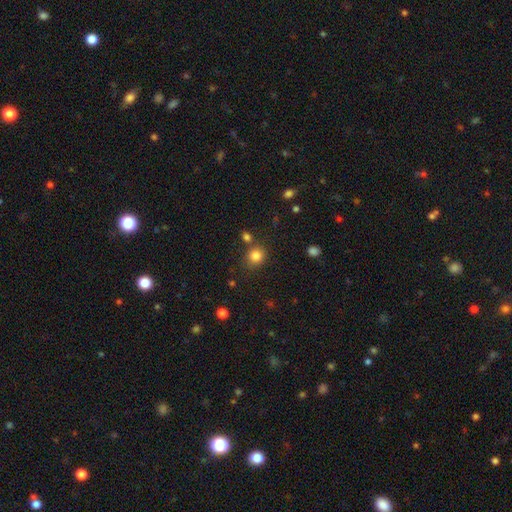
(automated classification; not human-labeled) Q: Smooth or featured?
A: smooth (83%); runner-up: star or artifact (12%)
Q: How rounded?
A: round (82%); runner-up: in between (17%)
Q: Merging?
A: none (76%); runner-up: minor disturbance (11%)